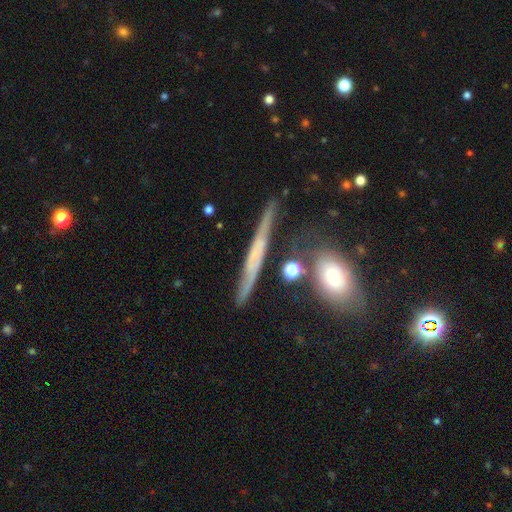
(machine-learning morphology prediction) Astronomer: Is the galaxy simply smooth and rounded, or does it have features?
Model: featured or disk — 59%.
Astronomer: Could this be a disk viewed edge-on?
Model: yes — 88%.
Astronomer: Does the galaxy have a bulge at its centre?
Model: none — 74%.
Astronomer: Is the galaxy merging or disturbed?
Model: none — 76%.